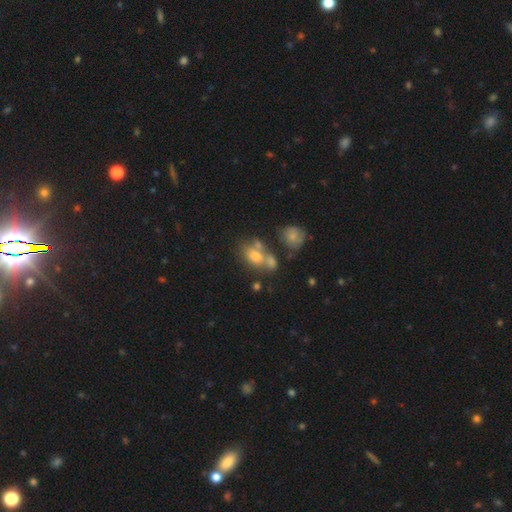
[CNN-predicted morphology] This appears to be a smooth galaxy with no disk features (66%) that is in between round and cigar-shaped (68%). Merging: merger (40%).